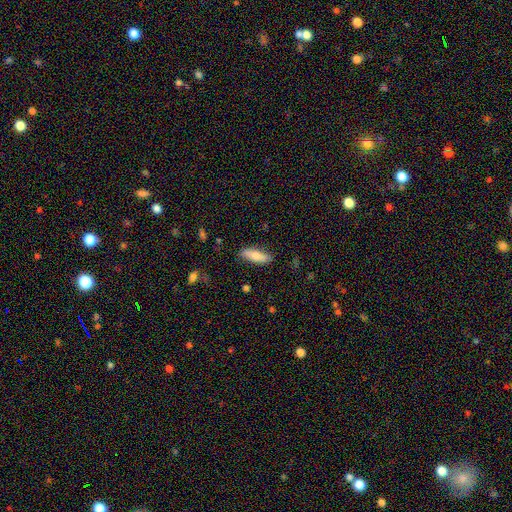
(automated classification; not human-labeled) The model was most divided on "how rounded": in between: 53%, cigar-shaped: 45%, round: 2%. More confident: merging — none (84%); smooth or featured — smooth (73%).